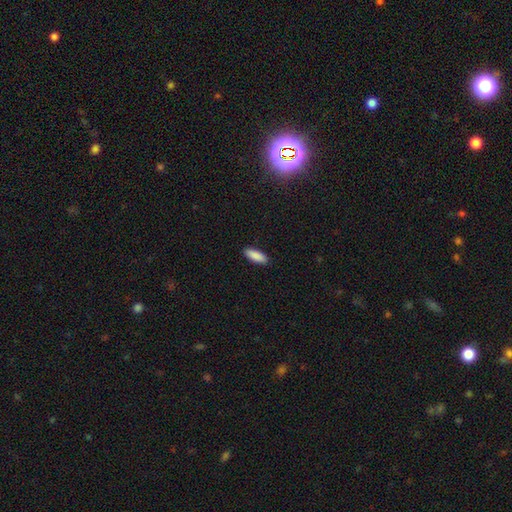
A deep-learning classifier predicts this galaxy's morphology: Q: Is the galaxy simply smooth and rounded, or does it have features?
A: smooth — 90%.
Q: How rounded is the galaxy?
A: in between — 67%.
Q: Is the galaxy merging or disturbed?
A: none — 90%.